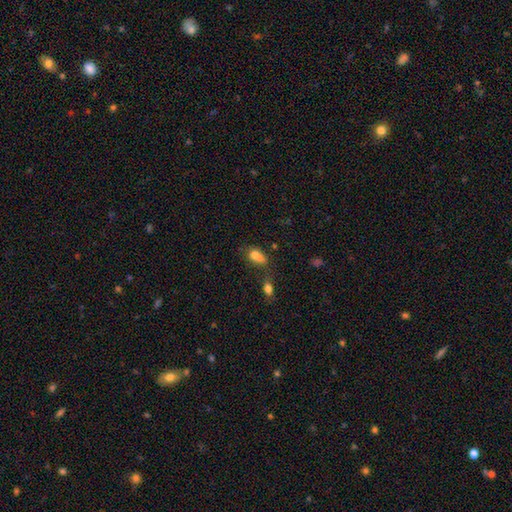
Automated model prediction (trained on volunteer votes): Q: Smooth or featured?
A: smooth (79%); runner-up: star or artifact (11%)
Q: How rounded?
A: in between (83%); runner-up: round (11%)
Q: Merging?
A: none (41%); runner-up: minor disturbance (24%)